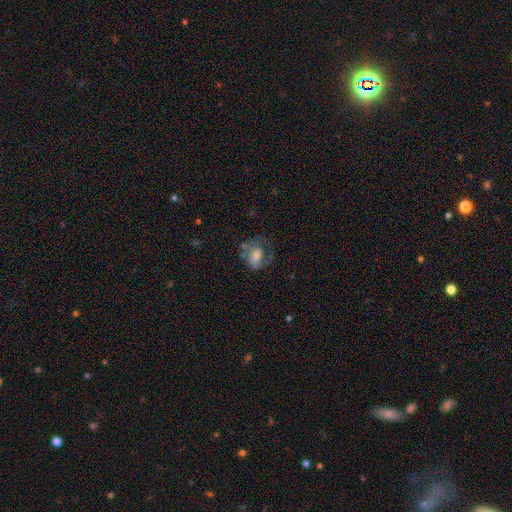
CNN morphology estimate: This is possibly a featured or disk galaxy (54%). It is clearly not viewed edge-on (97%). Bar: possibly no (58%). Spiral arm pattern: likely yes (69%). Central bulge: marginally moderate (36%). Merging: marginally none (38%).